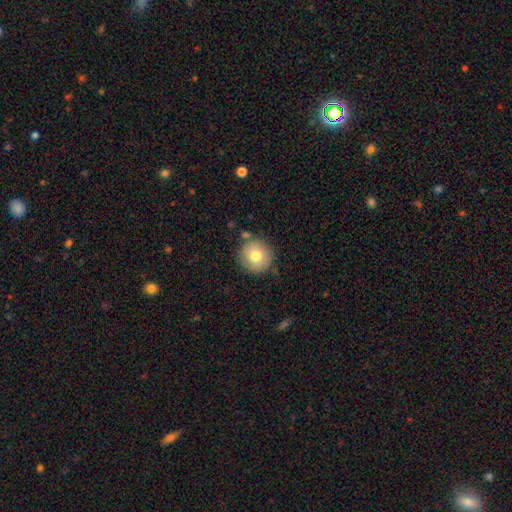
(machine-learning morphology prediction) type=smooth (77%); roundness=round (93%); merging=none (80%).